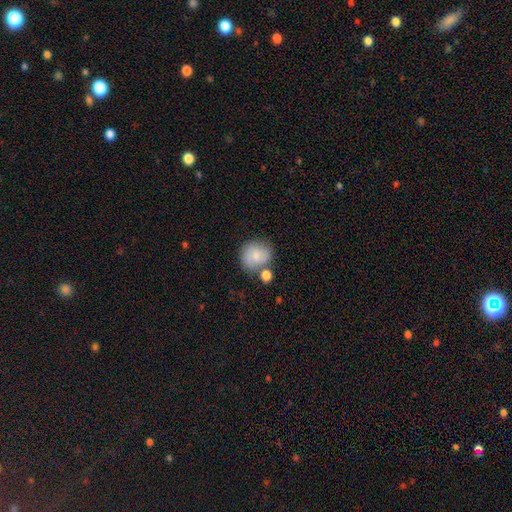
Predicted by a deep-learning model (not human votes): This appears to be a smooth galaxy with no disk features (75%) that is round (82%). Merging: none (60%).